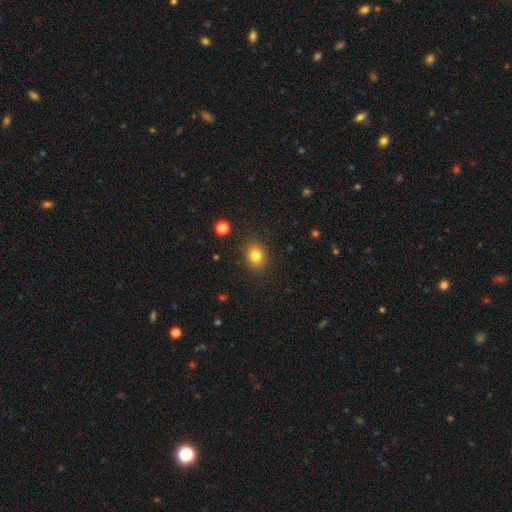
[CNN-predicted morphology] This appears to be a smooth galaxy with no disk features (81%) that is round (56%). Merging: none (87%).